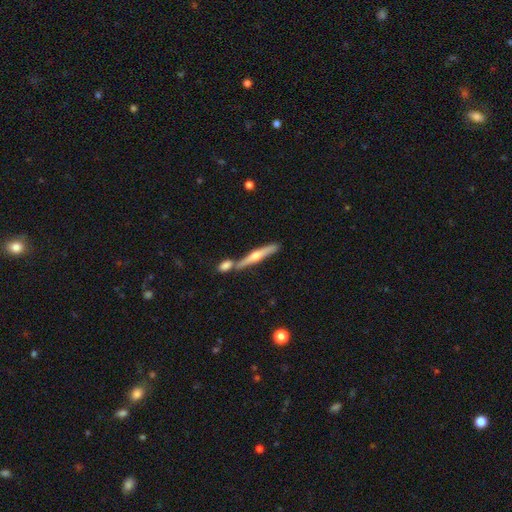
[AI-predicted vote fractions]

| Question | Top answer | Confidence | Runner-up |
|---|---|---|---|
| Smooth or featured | featured or disk | 68% | smooth (26%) |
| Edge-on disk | yes | 96% | no (4%) |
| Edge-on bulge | rounded | 89% | none (7%) |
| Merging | none | 68% | merger (20%) |